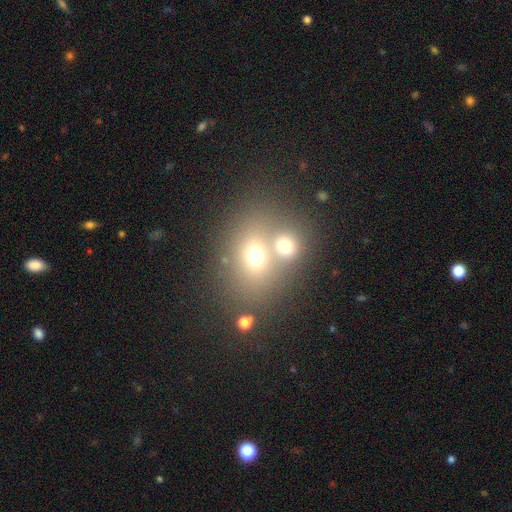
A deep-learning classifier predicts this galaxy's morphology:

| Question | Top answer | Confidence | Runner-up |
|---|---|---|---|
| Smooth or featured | smooth | 66% | featured or disk (19%) |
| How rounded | round | 51% | in between (48%) |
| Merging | merger | 53% | none (35%) |